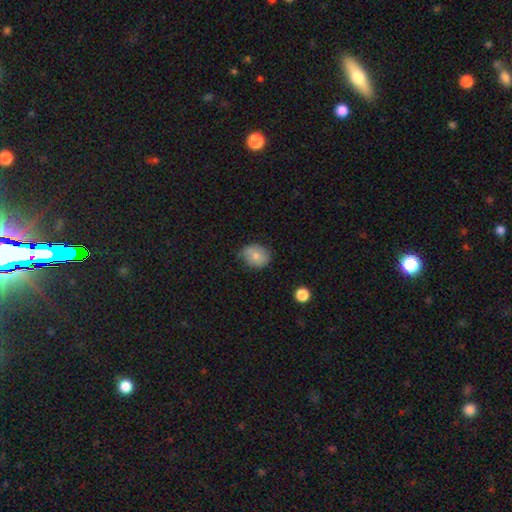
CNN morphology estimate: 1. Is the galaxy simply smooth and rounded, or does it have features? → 75% smooth, 17% featured or disk, 8% star or artifact.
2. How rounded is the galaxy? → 63% round, 36% in between, 1% cigar-shaped.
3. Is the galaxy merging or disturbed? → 73% none, 22% minor disturbance, 4% major disturbance, 1% merger.